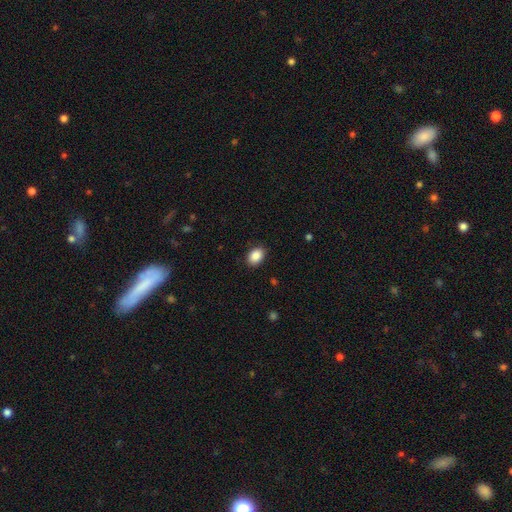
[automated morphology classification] A smooth galaxy with no disk features (88%) that is in between round and cigar-shaped (75%). Merging: none (88%).